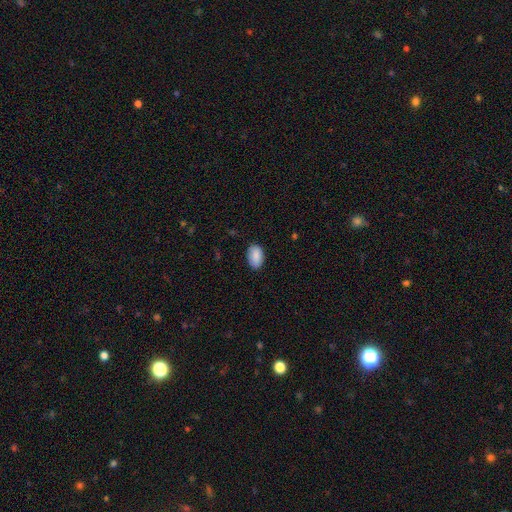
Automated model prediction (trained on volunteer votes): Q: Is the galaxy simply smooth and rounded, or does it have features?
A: smooth — 90%.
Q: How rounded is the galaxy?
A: in between — 94%.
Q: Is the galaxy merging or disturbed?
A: none — 85%.